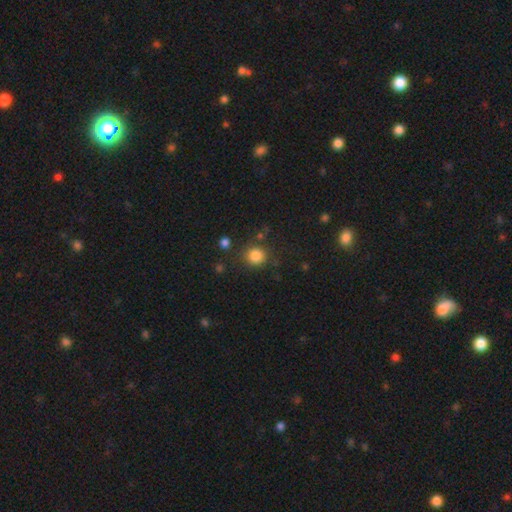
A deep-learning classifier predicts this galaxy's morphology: The model was most divided on "merging": none: 82%, minor disturbance: 10%, merger: 4%, major disturbance: 4%. More confident: how rounded — round (89%); smooth or featured — smooth (84%).